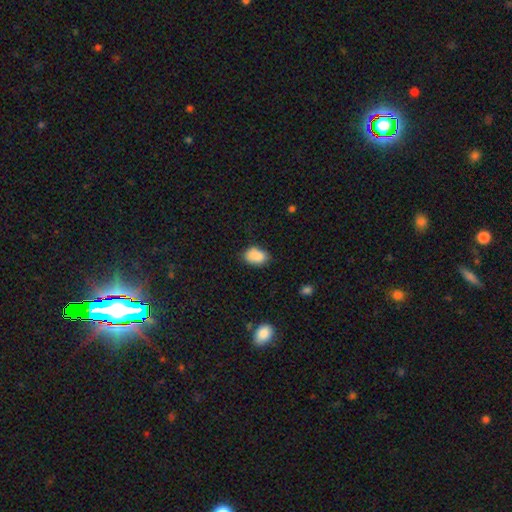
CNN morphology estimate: smooth 88%, star or artifact 8%, featured or disk 4%. Down the decision tree: how rounded — in between (85%); merging — none (73%).